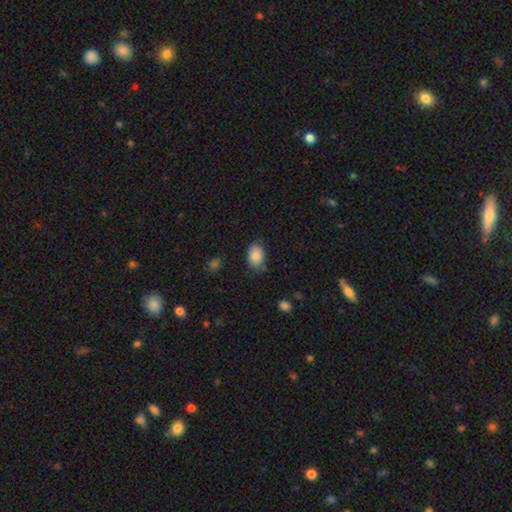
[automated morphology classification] A smooth galaxy with no disk features (87%) that is in between round and cigar-shaped (84%).

Vote fractions:
- Smooth or featured? smooth: 87% / star or artifact: 8% / featured or disk: 5%
- How rounded? in between: 84% / round: 15% / cigar-shaped: 1%
- Merging? none: 71% / minor disturbance: 22% / major disturbance: 4% / merger: 2%